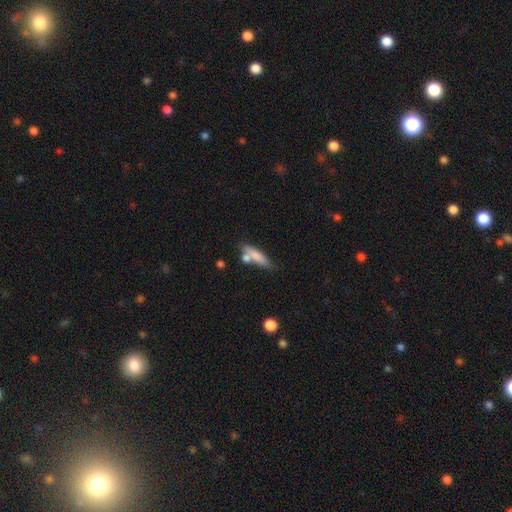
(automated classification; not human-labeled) A smooth galaxy with no disk features (75%) that is cigar-shaped (60%). Merging: none (55%).